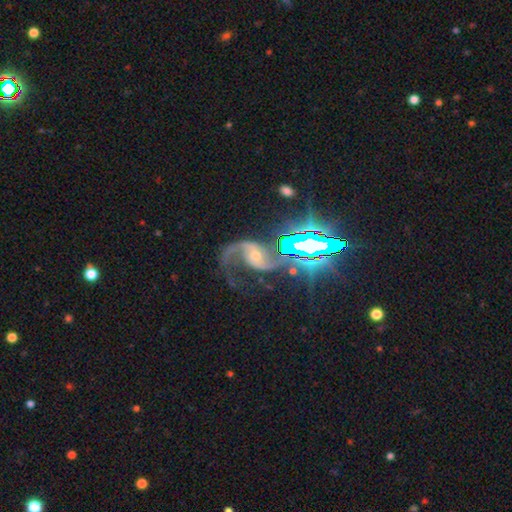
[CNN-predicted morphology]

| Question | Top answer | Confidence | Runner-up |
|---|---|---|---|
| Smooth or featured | featured or disk | 83% | star or artifact (12%) |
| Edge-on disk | no | 97% | yes (3%) |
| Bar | no | 48% | weak (31%) |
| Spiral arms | yes | 96% | no (4%) |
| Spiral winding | loose | 70% | medium (25%) |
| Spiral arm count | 2 | 90% | 1 (4%) |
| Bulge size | moderate | 48% | small (45%) |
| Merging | none | 55% | major disturbance (21%) |